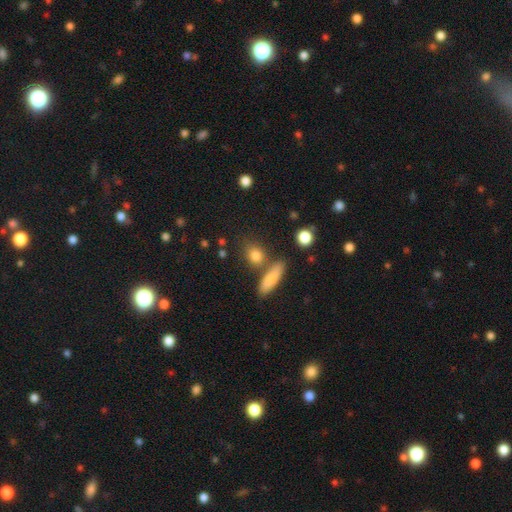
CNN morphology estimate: This is clearly a smooth galaxy (81%). How rounded: possibly round (50%). Merging: likely none (67%).